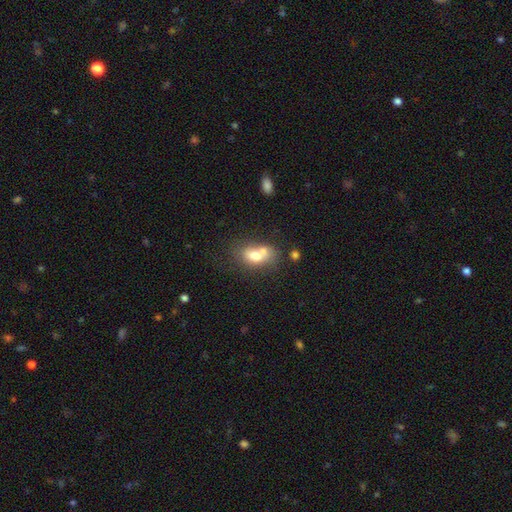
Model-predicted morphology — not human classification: Overall: smooth (68%). How rounded: in between (77%). Merging: merger (50%; none 30%).